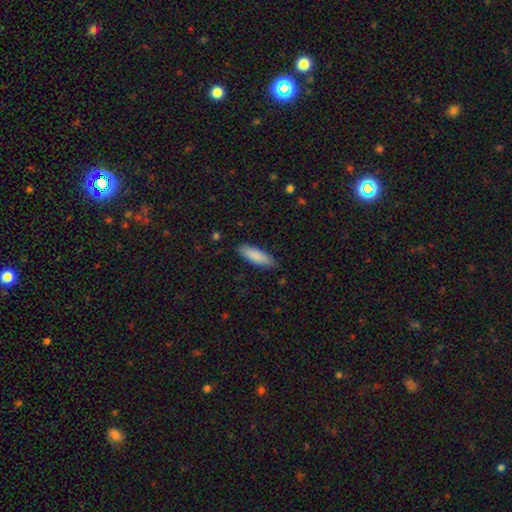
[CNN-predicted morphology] Smooth or featured? Predicted: smooth (p=0.88). How rounded? Predicted: in between (p=0.56). Merging? Predicted: none (p=0.84).